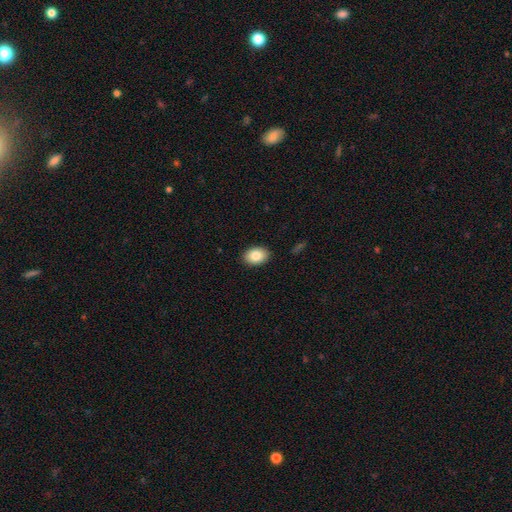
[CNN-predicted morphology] Overall: smooth (85%). How rounded: in between (78%). Merging: none (90%).